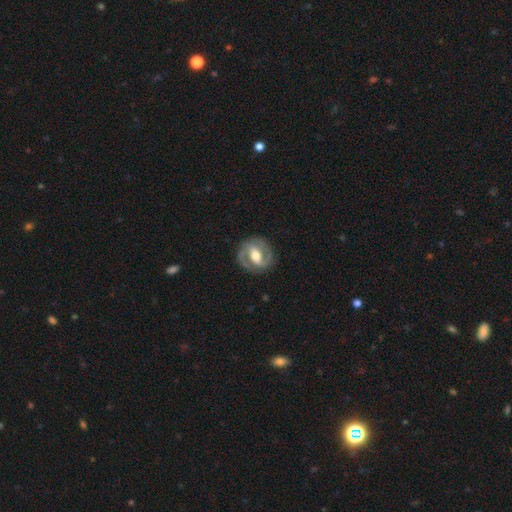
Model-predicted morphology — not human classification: A featured or disk galaxy (82%) with a strong bar (48%), 2 (89%) medium (47%) spiral arms (86%) and a moderate central bulge (71%).

Vote fractions:
- Smooth or featured? featured or disk: 82% / smooth: 14% / star or artifact: 4%
- Edge-on disk? no: 97% / yes: 3%
- Bar? strong: 48% / weak: 36% / no: 16%
- Spiral arms? yes: 86% / no: 14%
- Spiral winding? medium: 47% / tight: 39% / loose: 14%
- Spiral arm count? 2: 89% / can't tell: 4% / 1: 3% / 3: 1% / 4: 1% / more than 4: 1%
- Bulge size? moderate: 71% / small: 14% / large: 13% / dominant: 1% / none: 1%
- Merging? none: 84% / minor disturbance: 10% / major disturbance: 4% / merger: 1%